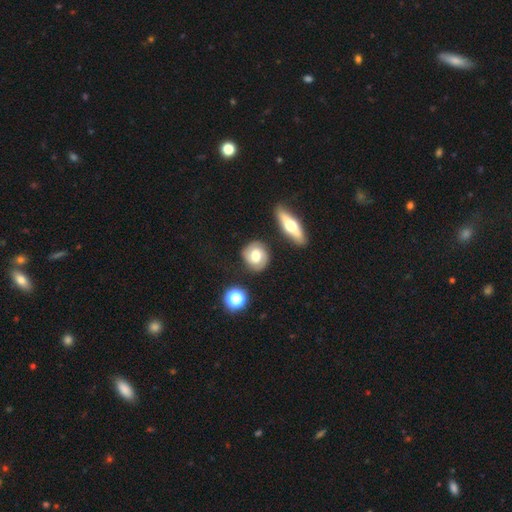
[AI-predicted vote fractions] This appears to be a featured or disk galaxy (58%) with no bar (56%), spiral arms (83%) and a moderate central bulge (58%). Merging: none (80%).